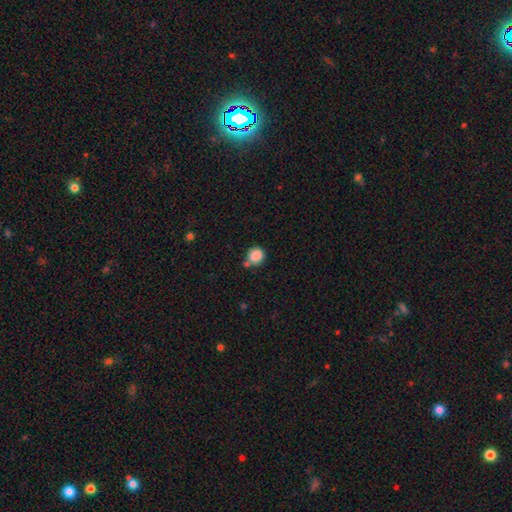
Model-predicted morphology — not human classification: smooth_or_featured: smooth (p=0.87) [alt: star or artifact p=0.09]
how_rounded: round (p=0.88) [alt: in between p=0.11]
merging: none (p=0.62) [alt: merger p=0.18]